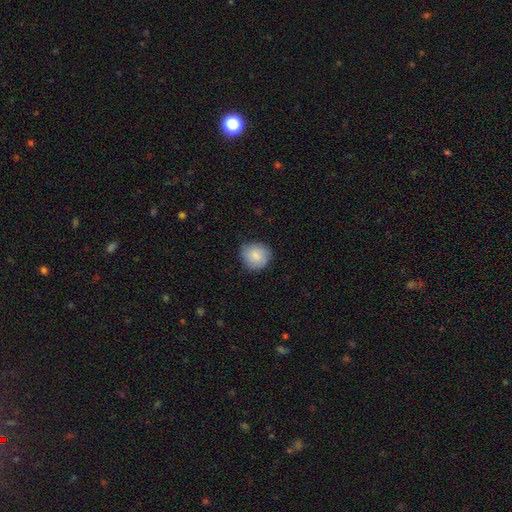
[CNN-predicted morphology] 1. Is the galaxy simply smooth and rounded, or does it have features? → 85% smooth, 8% featured or disk, 7% star or artifact.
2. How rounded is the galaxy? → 86% round, 13% in between, 1% cigar-shaped.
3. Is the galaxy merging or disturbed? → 80% none, 16% minor disturbance, 3% major disturbance, 1% merger.